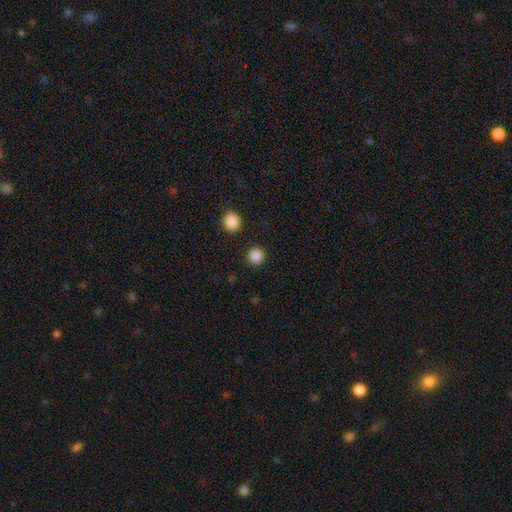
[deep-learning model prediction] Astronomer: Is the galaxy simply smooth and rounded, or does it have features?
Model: smooth — 87%.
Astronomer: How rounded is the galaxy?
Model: round — 94%.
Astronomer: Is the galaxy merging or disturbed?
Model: none — 90%.